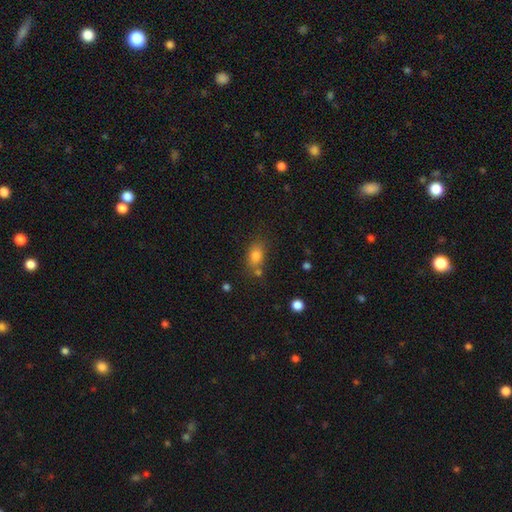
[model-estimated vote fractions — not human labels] Smooth or featured?
  - smooth: 81% *
  - star or artifact: 11%
  - featured or disk: 9%
How rounded?
  - in between: 77% *
  - round: 20%
  - cigar-shaped: 3%
Merging?
  - none: 65% *
  - minor disturbance: 16%
  - merger: 14%
  - major disturbance: 5%